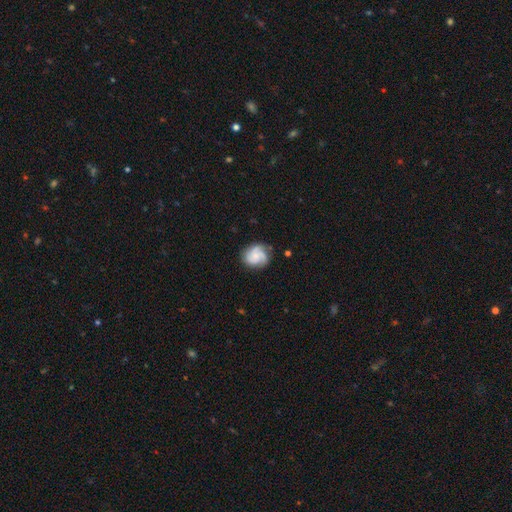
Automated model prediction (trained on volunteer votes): Smooth or featured?
  - featured or disk: 63% *
  - smooth: 30%
  - star or artifact: 7%
Edge-on disk?
  - no: 98% *
  - yes: 2%
Bar?
  - no: 74% *
  - weak: 23%
  - strong: 4%
Spiral arms?
  - yes: 94% *
  - no: 6%
Spiral winding?
  - tight: 43% *
  - medium: 42%
  - loose: 15%
Spiral arm count?
  - 3: 58% *
  - 2: 16%
  - can't tell: 12%
  - 4: 7%
  - 1: 3%
  - more than 4: 3%
Bulge size?
  - small: 61% *
  - moderate: 26%
  - none: 10%
  - large: 2%
  - dominant: 1%
Merging?
  - none: 74% *
  - minor disturbance: 19%
  - major disturbance: 6%
  - merger: 2%